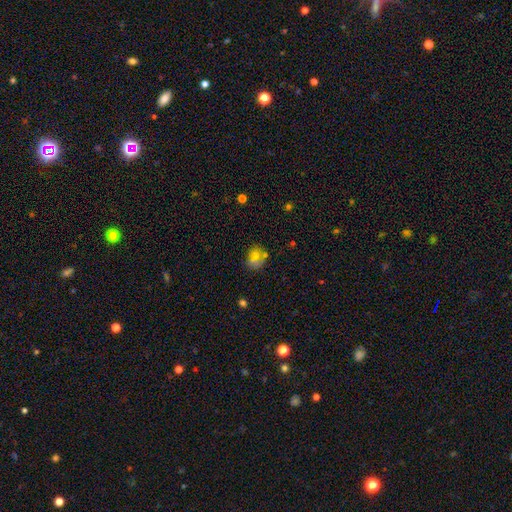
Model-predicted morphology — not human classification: Smooth or featured? Predicted: smooth (p=0.60). How rounded? Predicted: round (p=0.69). Merging? Predicted: none (p=0.56).